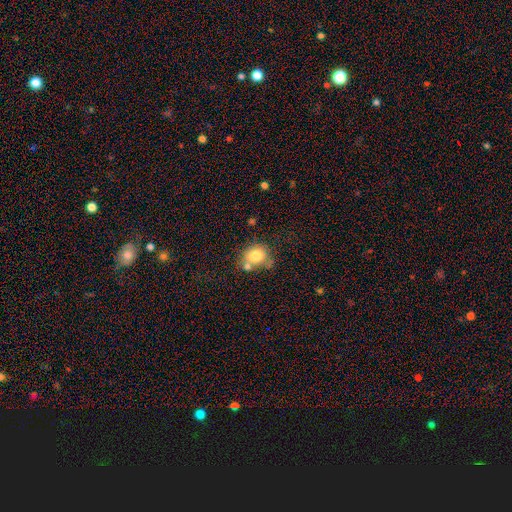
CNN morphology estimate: The model was most divided on "merging": none: 48%, merger: 27%, minor disturbance: 18%, major disturbance: 7%. More confident: smooth or featured — smooth (77%); how rounded — round (66%).